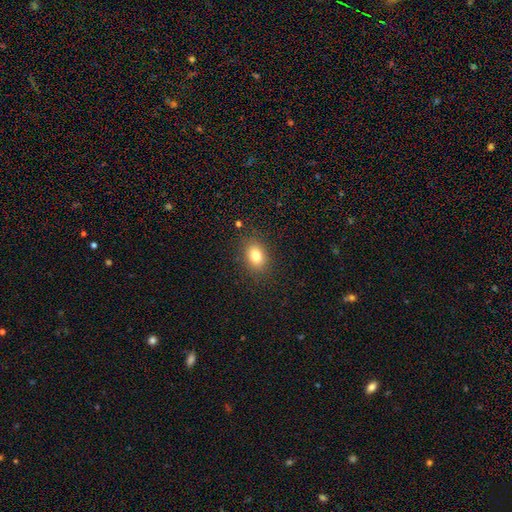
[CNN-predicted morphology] This is clearly a smooth galaxy (81%). How rounded: likely in between (74%). Merging: clearly none (85%).